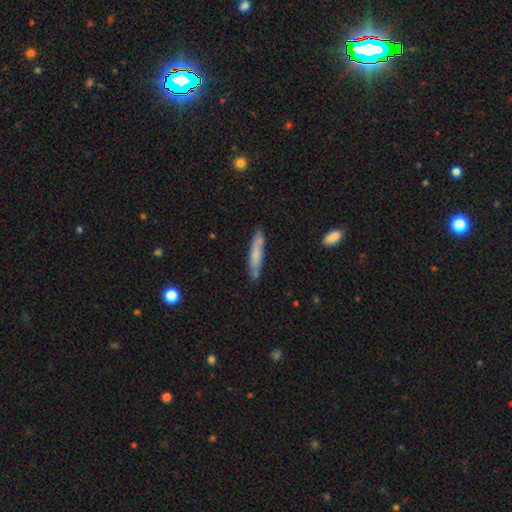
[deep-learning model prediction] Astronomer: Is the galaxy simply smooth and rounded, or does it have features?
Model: smooth — 72%.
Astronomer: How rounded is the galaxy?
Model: cigar-shaped — 87%.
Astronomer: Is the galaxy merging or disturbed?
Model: none — 74%.